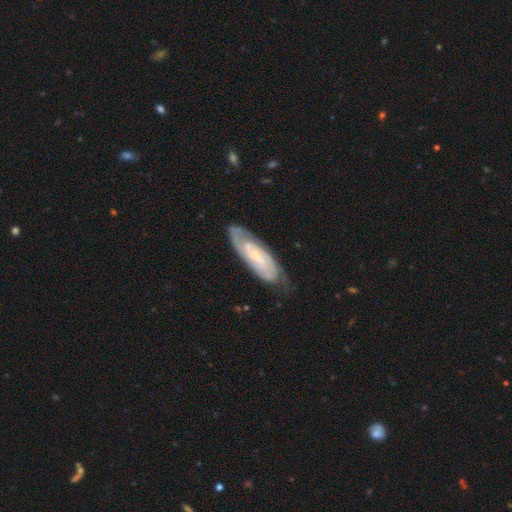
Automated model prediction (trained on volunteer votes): Smooth or featured: featured or disk — 75% (smooth — 19%)
Edge-on disk: no — 86% (yes — 14%)
Bar: no — 56% (weak — 34%)
Spiral arms: yes — 93% (no — 7%)
Spiral winding: tight — 61% (medium — 32%)
Spiral arm count: 2 — 57% (can't tell — 29%)
Bulge size: small — 62% (moderate — 21%)
Merging: none — 72% (minor disturbance — 20%)